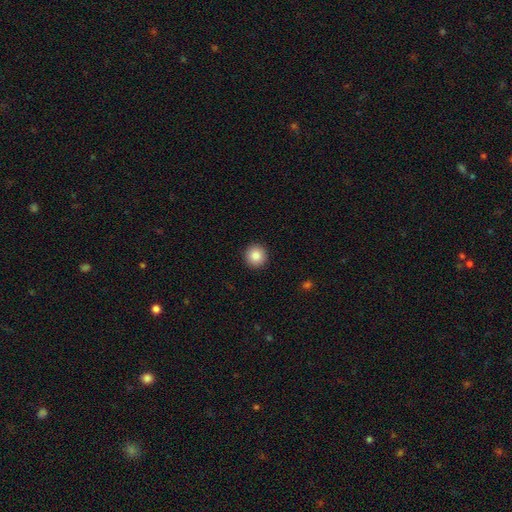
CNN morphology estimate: smooth-or-featured: smooth: 86% | star or artifact: 9% | featured or disk: 5%
  how-rounded: round: 94% | in between: 5% | cigar-shaped: 1%
  merging: none: 93% | minor disturbance: 5% | major disturbance: 2% | merger: 1%